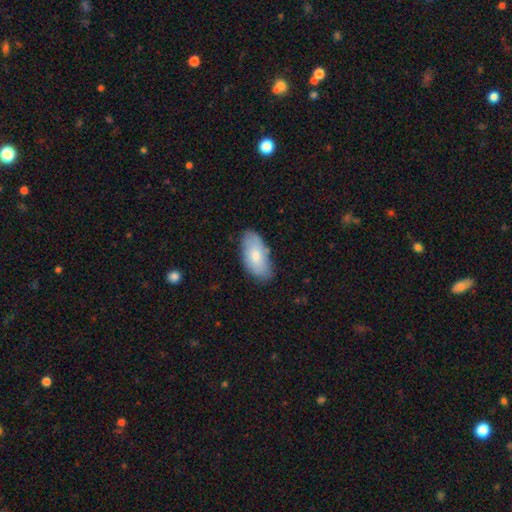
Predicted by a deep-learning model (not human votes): smooth 77%, featured or disk 18%, star or artifact 6%. Down the decision tree: how rounded — in between (93%); merging — none (77%).